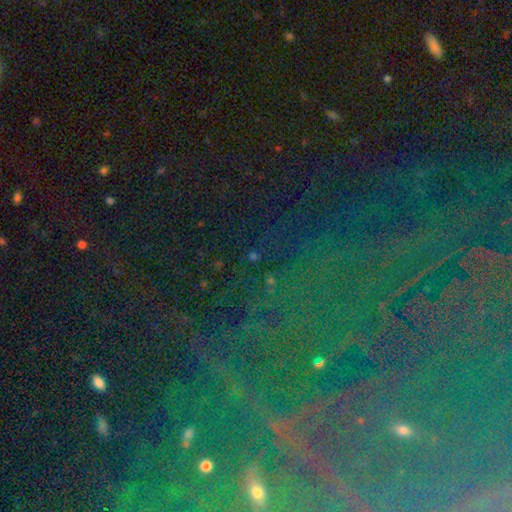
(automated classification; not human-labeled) This is likely a star or artifact rather than a galaxy (75%).